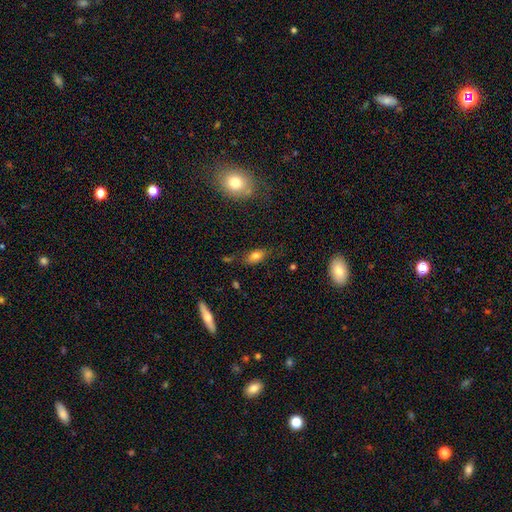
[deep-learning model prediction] Smooth or featured? Predicted: smooth (p=0.76). How rounded? Predicted: in between (p=0.86). Merging? Predicted: none (p=0.72).